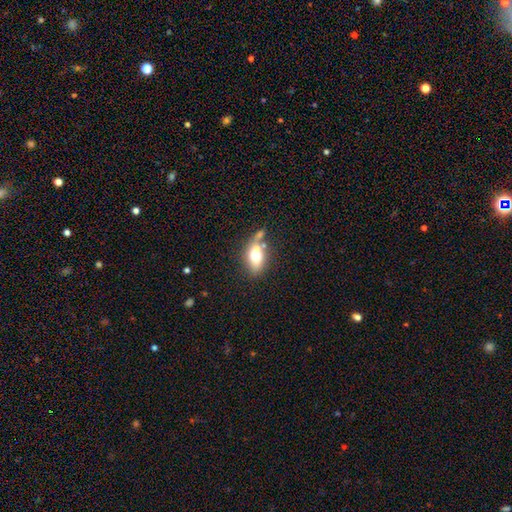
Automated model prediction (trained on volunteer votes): Smooth or featured? smooth (65%)
How rounded? in between (77%)
Merging? none (47%)